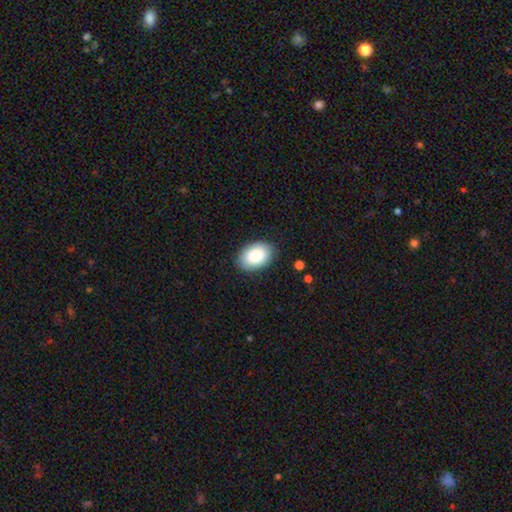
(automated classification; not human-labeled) This appears to be a smooth galaxy with no disk features (88%) that is in between round and cigar-shaped (88%). Merging: none (87%).